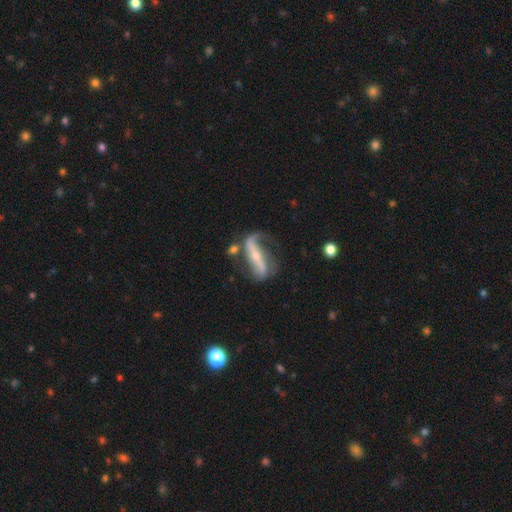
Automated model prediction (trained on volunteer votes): The model was most divided on "merging": none: 46%, minor disturbance: 23%, major disturbance: 22%, merger: 8%. More confident: spiral arms — yes (85%); smooth or featured — featured or disk (80%); edge-on disk — no (79%); spiral arm count — 2 (77%); spiral winding — loose (70%); bulge size — small (67%); bar — strong (62%).